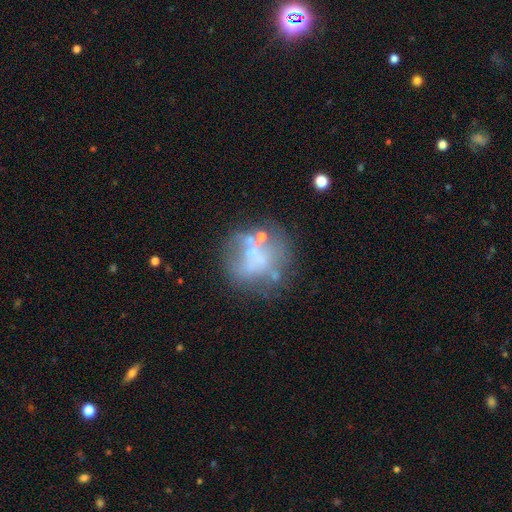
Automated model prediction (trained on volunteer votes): A featured or disk galaxy (52%) with no bar (88%), no spiral arms (92%) and no central bulge (58%). Merging: none (51%).